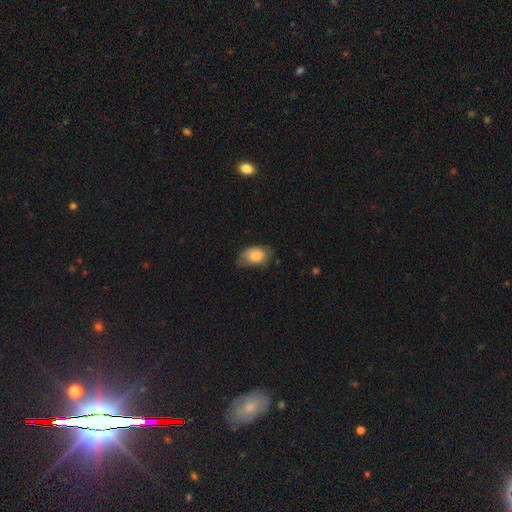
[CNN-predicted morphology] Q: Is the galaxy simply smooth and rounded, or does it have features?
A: smooth — 78%.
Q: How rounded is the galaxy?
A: in between — 86%.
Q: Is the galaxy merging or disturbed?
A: none — 54%.